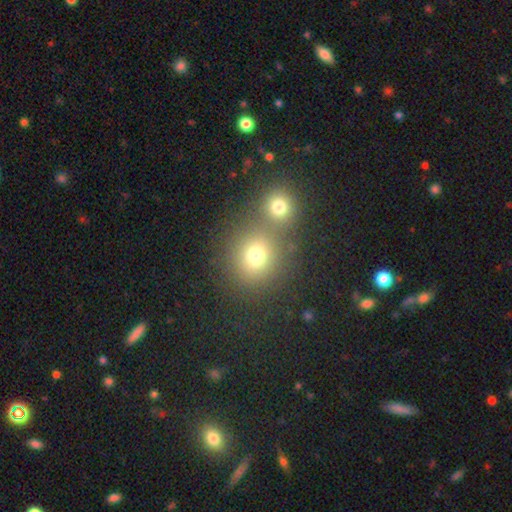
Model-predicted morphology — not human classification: smooth_or_featured: smooth (p=0.73) [alt: star or artifact p=0.17]
how_rounded: round (p=0.84) [alt: in between p=0.15]
merging: none (p=0.49) [alt: merger p=0.41]